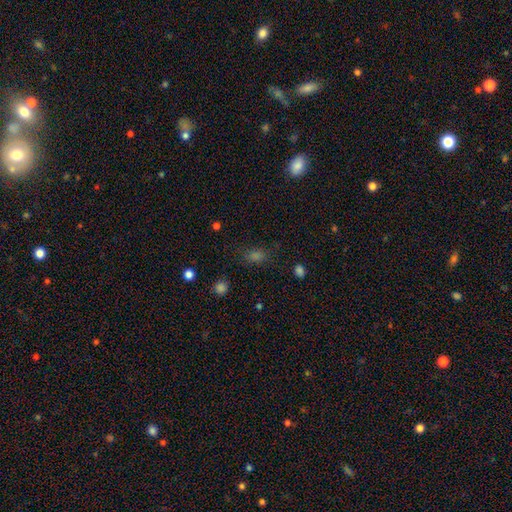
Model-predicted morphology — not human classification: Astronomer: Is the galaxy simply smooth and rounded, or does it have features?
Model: smooth — 64%.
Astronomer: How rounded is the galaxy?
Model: in between — 70%.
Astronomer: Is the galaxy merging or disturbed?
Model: none — 76%.